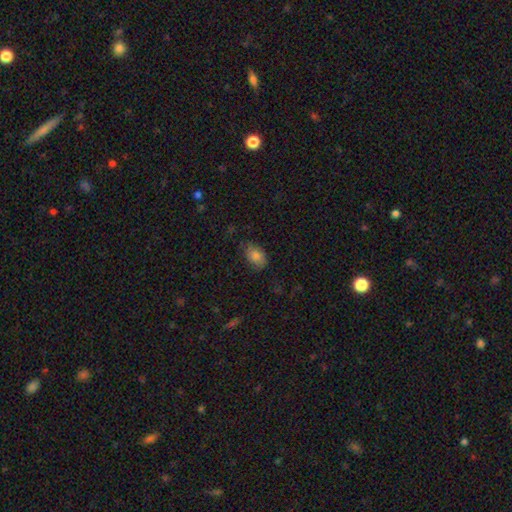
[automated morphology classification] A smooth galaxy with no disk features (81%) that is in between round and cigar-shaped (86%).

Vote fractions:
- Smooth or featured? smooth: 81% / featured or disk: 10% / star or artifact: 9%
- How rounded? in between: 86% / round: 13% / cigar-shaped: 1%
- Merging? none: 72% / minor disturbance: 22% / major disturbance: 5% / merger: 1%